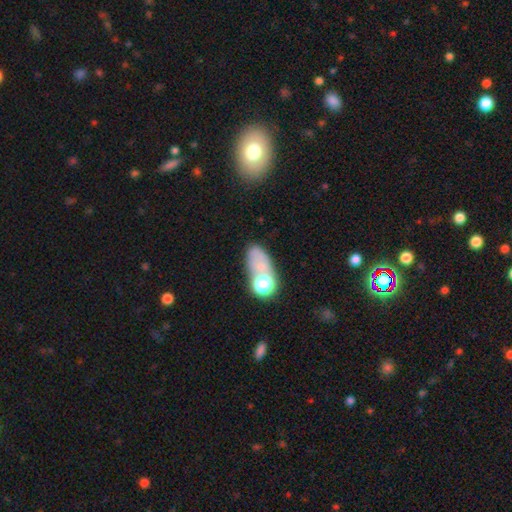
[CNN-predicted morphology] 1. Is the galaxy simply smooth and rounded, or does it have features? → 58% smooth, 23% star or artifact, 19% featured or disk.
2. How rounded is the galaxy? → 77% in between, 18% round, 5% cigar-shaped.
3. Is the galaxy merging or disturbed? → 47% none, 22% merger, 19% minor disturbance, 13% major disturbance.